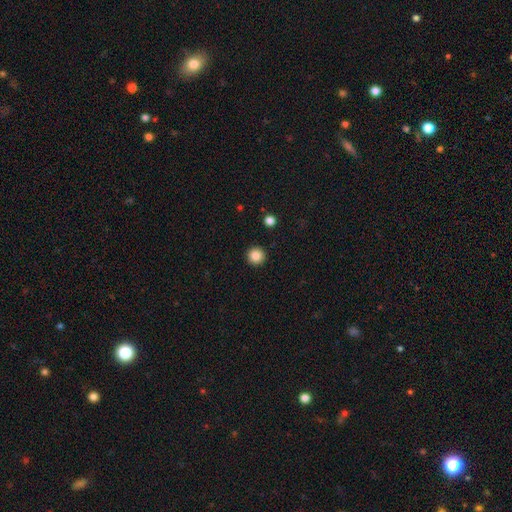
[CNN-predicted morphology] This is clearly a smooth galaxy (86%). How rounded: clearly round (96%). Merging: clearly none (93%).